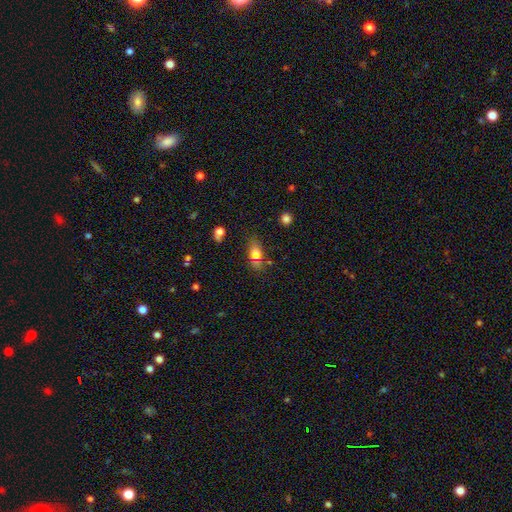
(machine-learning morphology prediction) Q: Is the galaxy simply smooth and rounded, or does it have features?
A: smooth — 65%.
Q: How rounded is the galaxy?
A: in between — 75%.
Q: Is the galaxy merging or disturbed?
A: none — 76%.